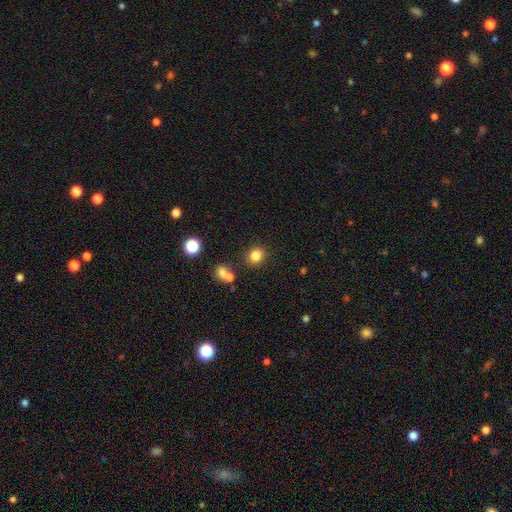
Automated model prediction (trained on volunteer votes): Q: Smooth or featured?
A: smooth (82%); runner-up: star or artifact (12%)
Q: How rounded?
A: round (76%); runner-up: in between (23%)
Q: Merging?
A: none (82%); runner-up: minor disturbance (9%)